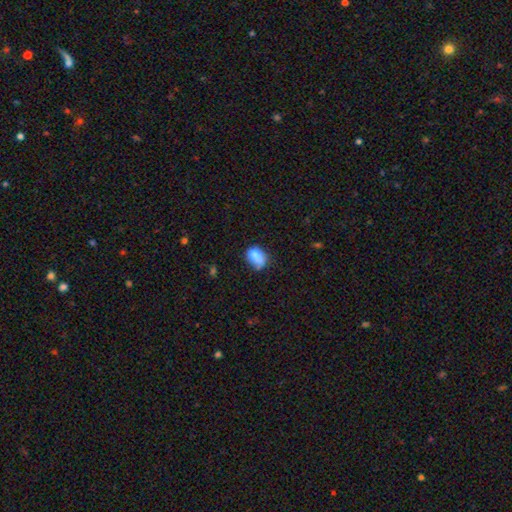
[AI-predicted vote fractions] Overall: smooth (75%). How rounded: in between (66%; round 33%). Merging: none (37%; minor disturbance 33%).